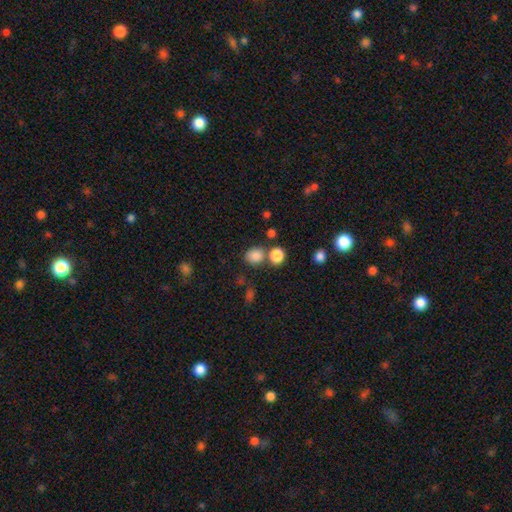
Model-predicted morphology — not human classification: Smooth or featured? smooth (83%)
How rounded? round (73%)
Merging? none (66%)